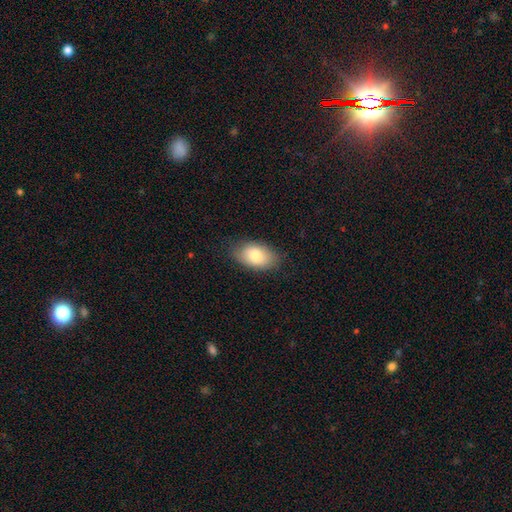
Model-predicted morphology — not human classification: Smooth or featured?
  - smooth: 79% *
  - featured or disk: 14%
  - star or artifact: 7%
How rounded?
  - in between: 91% *
  - round: 7%
  - cigar-shaped: 2%
Merging?
  - none: 81% *
  - minor disturbance: 15%
  - major disturbance: 3%
  - merger: 1%